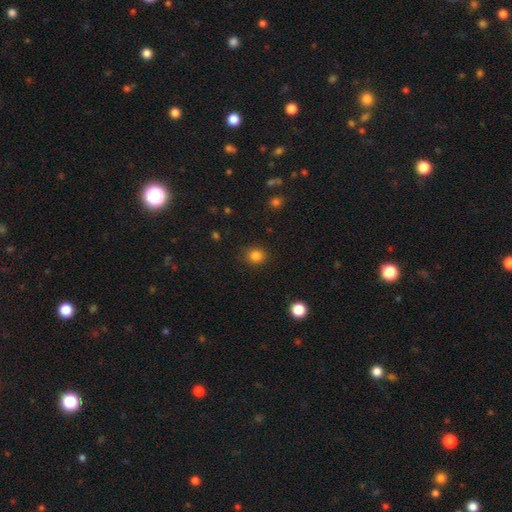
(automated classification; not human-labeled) Morphology: type=smooth (84%); roundness=round (78%); merging=none (86%).